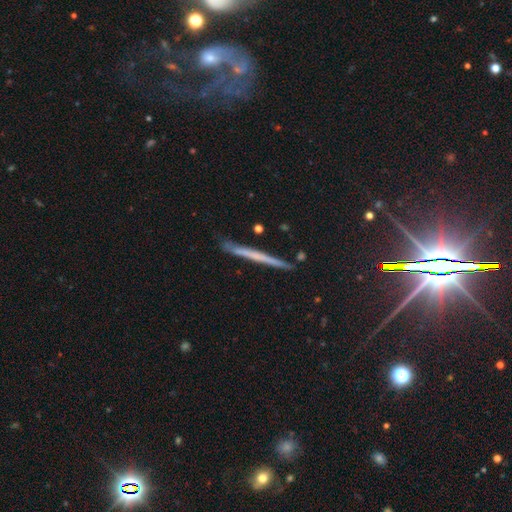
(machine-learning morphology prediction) A featured or disk galaxy (51%) viewed edge-on (96%). Merging: none (87%).